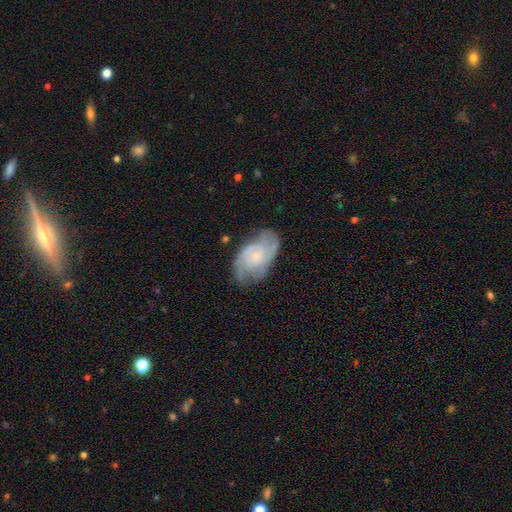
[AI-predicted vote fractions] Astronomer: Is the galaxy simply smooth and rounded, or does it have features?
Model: featured or disk — 76%.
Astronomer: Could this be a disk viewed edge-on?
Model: no — 97%.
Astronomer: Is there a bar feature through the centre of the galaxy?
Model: no — 69%.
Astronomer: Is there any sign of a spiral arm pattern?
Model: yes — 93%.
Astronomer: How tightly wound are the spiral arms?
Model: medium — 45% (runner-up: tight, 37%).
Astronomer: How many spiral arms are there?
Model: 2 — 60%.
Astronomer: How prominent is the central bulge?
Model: small — 64%.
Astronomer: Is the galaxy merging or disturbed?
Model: none — 68%.